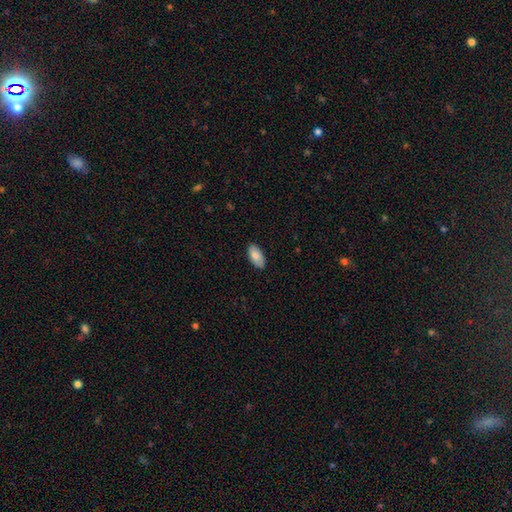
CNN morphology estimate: smooth_or_featured: smooth (p=0.82) [alt: featured or disk p=0.12]
how_rounded: in between (p=0.94) [alt: cigar-shaped p=0.03]
merging: none (p=0.85) [alt: minor disturbance p=0.12]